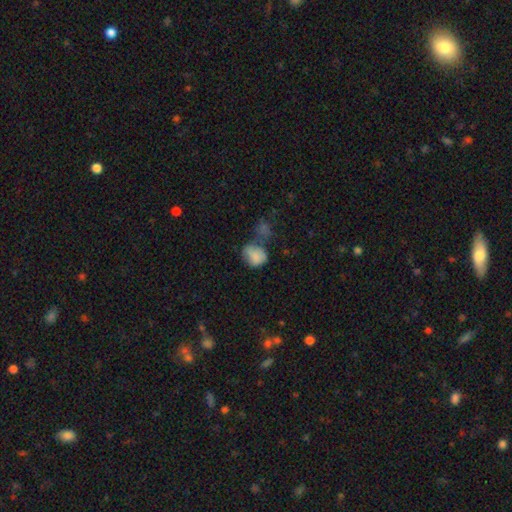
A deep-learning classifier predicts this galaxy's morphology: type=smooth (76%); roundness=round (52%); merging=none (31%).